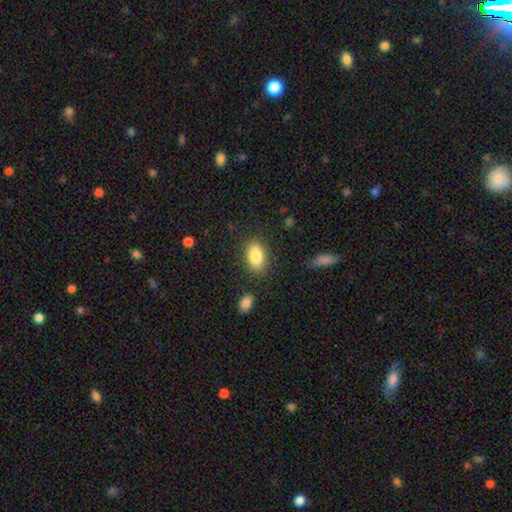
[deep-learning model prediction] This is clearly a smooth galaxy (86%). How rounded: clearly in between (91%). Merging: clearly none (83%).